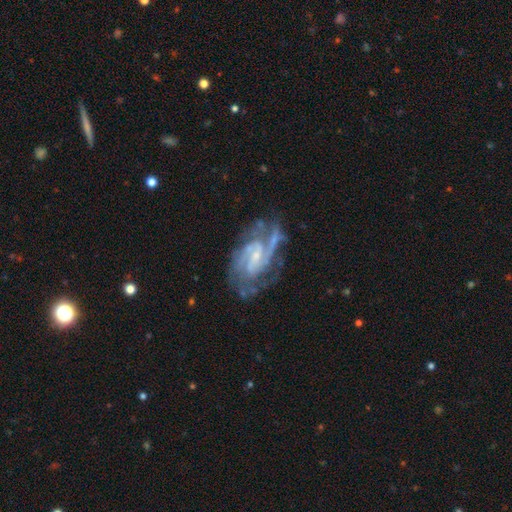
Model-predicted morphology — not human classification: The model was most divided on "spiral winding": medium: 49%, tight: 37%, loose: 14%. Remaining: edge-on disk — no (97%); spiral arms — yes (95%); smooth or featured — featured or disk (88%); bulge size — small (69%); merging — none (61%); bar — weak (49%); spiral arm count — 2 (45%).